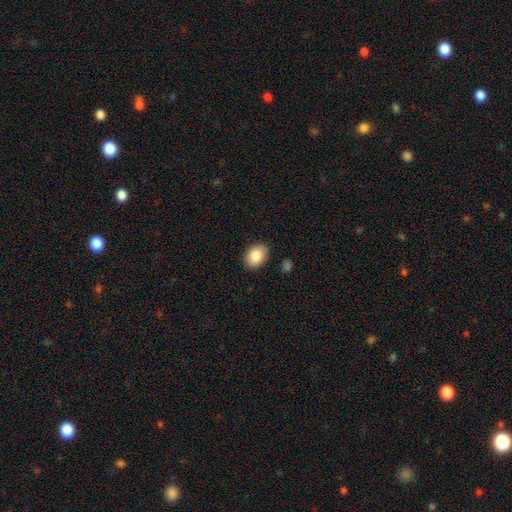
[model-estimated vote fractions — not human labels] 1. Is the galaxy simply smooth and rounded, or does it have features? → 86% smooth, 7% star or artifact, 6% featured or disk.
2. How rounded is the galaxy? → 72% in between, 28% round, 1% cigar-shaped.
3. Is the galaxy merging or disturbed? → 86% none, 10% minor disturbance, 2% major disturbance, 2% merger.